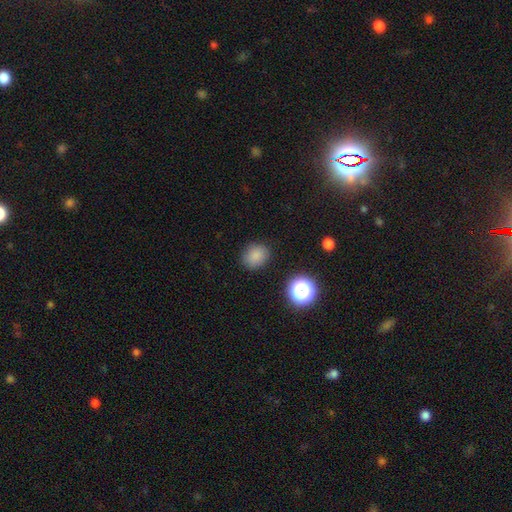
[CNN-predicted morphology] The model was most divided on "how rounded": round: 63%, in between: 36%, cigar-shaped: 1%. More confident: merging — none (86%); smooth or featured — smooth (82%).